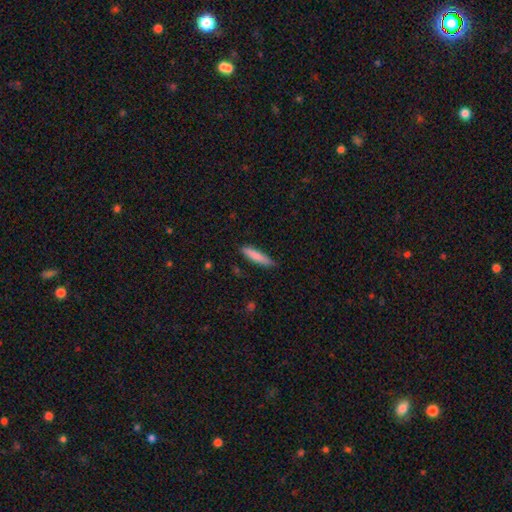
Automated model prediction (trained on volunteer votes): smooth-or-featured: smooth: 83% | featured or disk: 12% | star or artifact: 6%
  how-rounded: cigar-shaped: 84% | in between: 14% | round: 1%
  merging: none: 78% | minor disturbance: 18% | major disturbance: 3% | merger: 2%